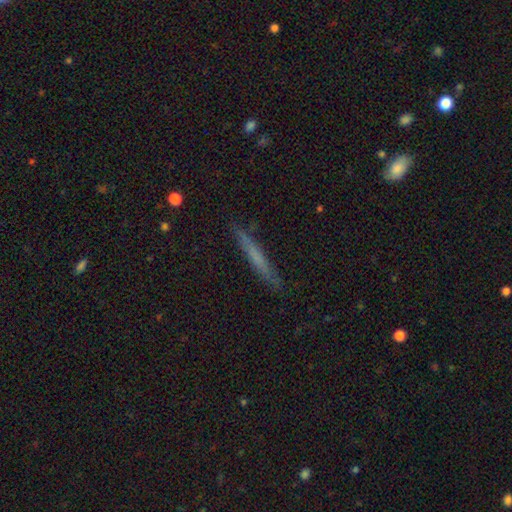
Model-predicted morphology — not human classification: smooth_or_featured: smooth (p=0.50) [alt: featured or disk p=0.42]
how_rounded: cigar-shaped (p=0.96) [alt: in between p=0.03]
merging: none (p=0.89) [alt: minor disturbance p=0.08]